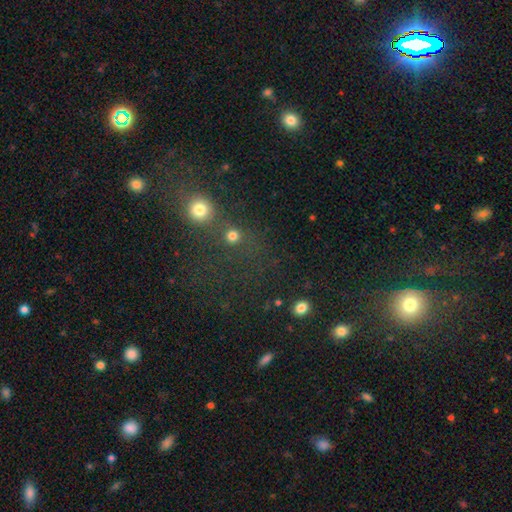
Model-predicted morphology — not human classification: type=smooth (47%); merging=none (52%).